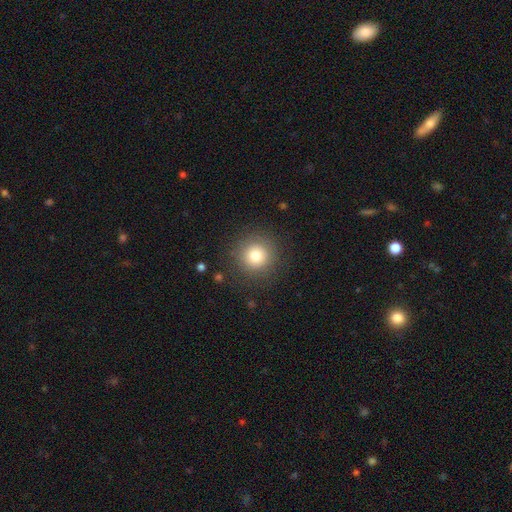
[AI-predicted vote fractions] Morphology: type=smooth (78%); roundness=round (95%); merging=none (88%).